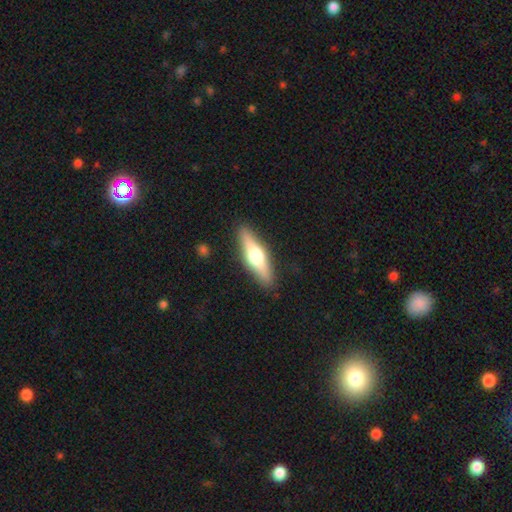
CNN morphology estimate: smooth-or-featured: featured or disk: 48% | smooth: 46% | star or artifact: 5%
  merging: none: 88% | minor disturbance: 9% | major disturbance: 2% | merger: 1%